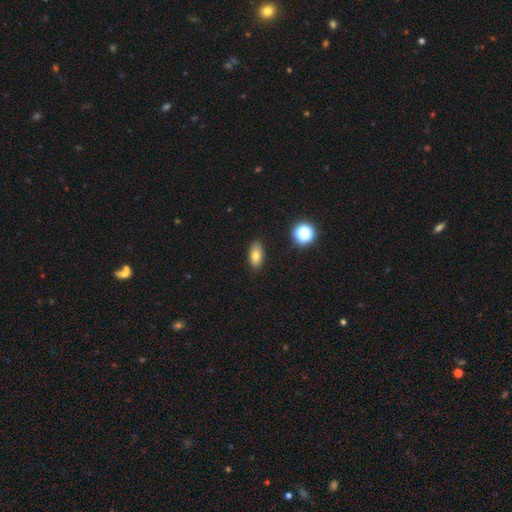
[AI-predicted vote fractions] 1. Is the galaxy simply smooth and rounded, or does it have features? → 75% smooth, 14% featured or disk, 11% star or artifact.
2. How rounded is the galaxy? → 87% in between, 8% round, 6% cigar-shaped.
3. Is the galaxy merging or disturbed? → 88% none, 8% minor disturbance, 2% major disturbance, 1% merger.